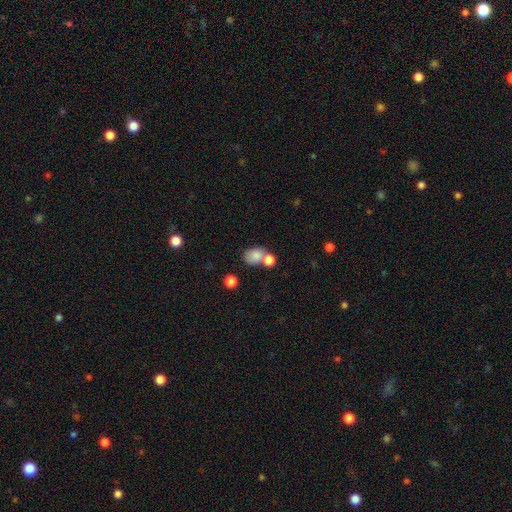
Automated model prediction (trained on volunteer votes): This is clearly a smooth galaxy (82%). How rounded: likely in between (64%). Merging: marginally none (45%).